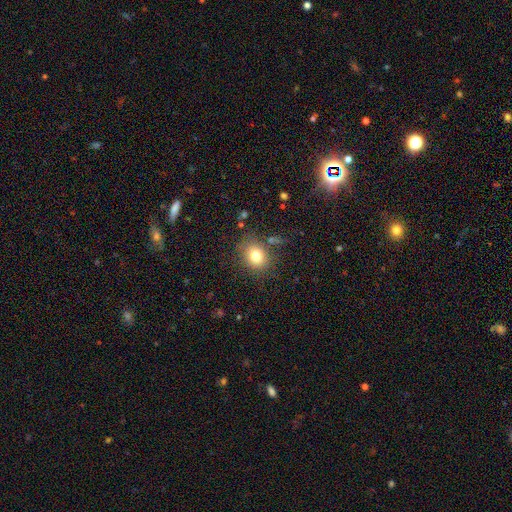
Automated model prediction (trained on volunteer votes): Smooth or featured? smooth (77%)
How rounded? round (58%)
Merging? none (77%)